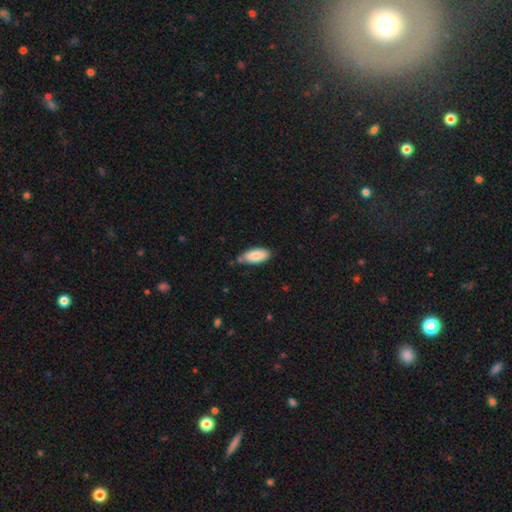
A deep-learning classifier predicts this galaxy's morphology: smooth-or-featured: smooth: 86% | featured or disk: 8% | star or artifact: 6%
  how-rounded: in between: 88% | cigar-shaped: 10% | round: 2%
  merging: none: 71% | minor disturbance: 21% | merger: 5% | major disturbance: 3%